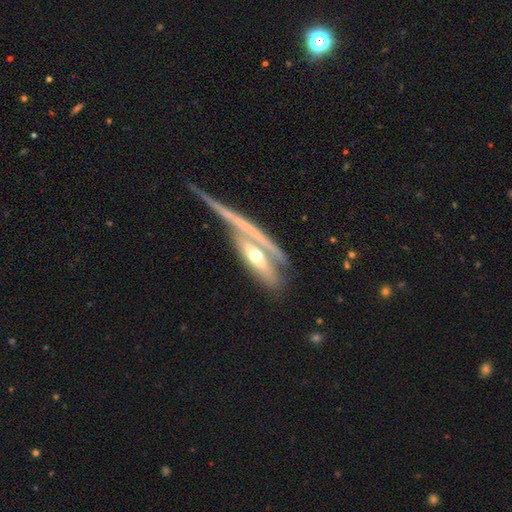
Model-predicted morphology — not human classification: smooth_or_featured: featured or disk (p=0.61) [alt: smooth p=0.33]
disk_edge_on: yes (p=0.69) [alt: no p=0.31]
merging: none (p=0.40) [alt: merger p=0.28]